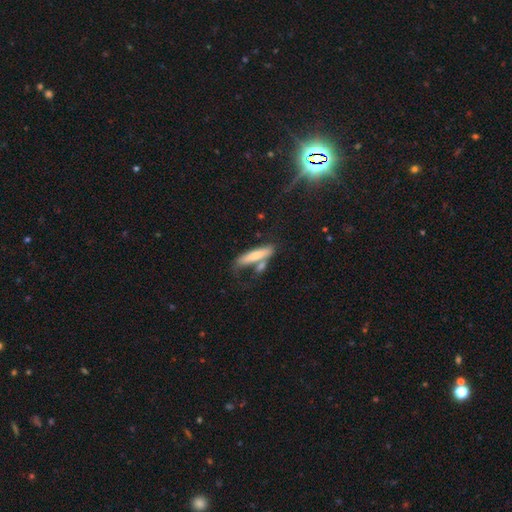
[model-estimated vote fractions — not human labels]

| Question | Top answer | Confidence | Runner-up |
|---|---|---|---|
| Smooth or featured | smooth | 65% | featured or disk (28%) |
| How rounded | cigar-shaped | 79% | in between (19%) |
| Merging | none | 47% | merger (28%) |